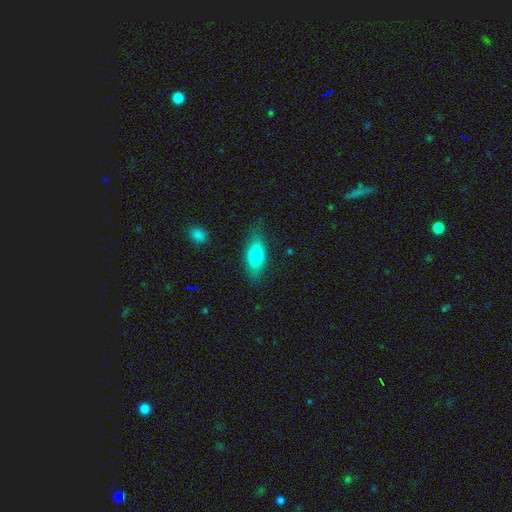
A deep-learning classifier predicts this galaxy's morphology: smooth 75%, featured or disk 18%, star or artifact 7%. Down the decision tree: how rounded — in between (78%); merging — none (77%).